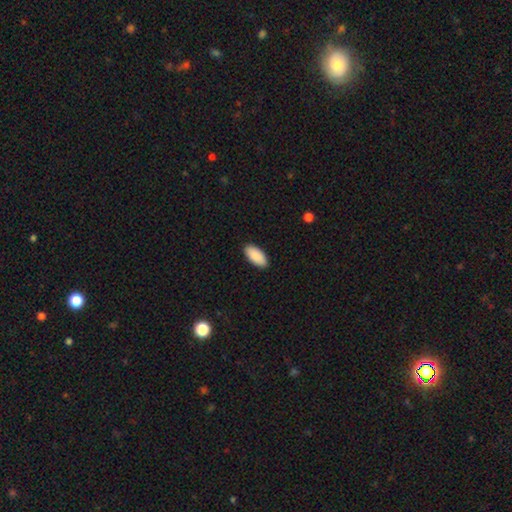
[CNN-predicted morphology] smooth_or_featured: smooth (p=0.91) [alt: star or artifact p=0.06]
how_rounded: in between (p=0.93) [alt: cigar-shaped p=0.06]
merging: none (p=0.90) [alt: minor disturbance p=0.07]